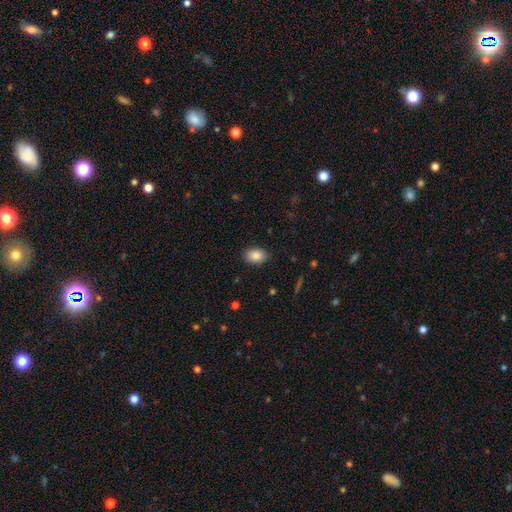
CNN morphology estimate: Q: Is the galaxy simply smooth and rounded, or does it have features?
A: smooth — 87%.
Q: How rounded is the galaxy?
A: in between — 83%.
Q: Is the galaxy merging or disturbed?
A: none — 87%.